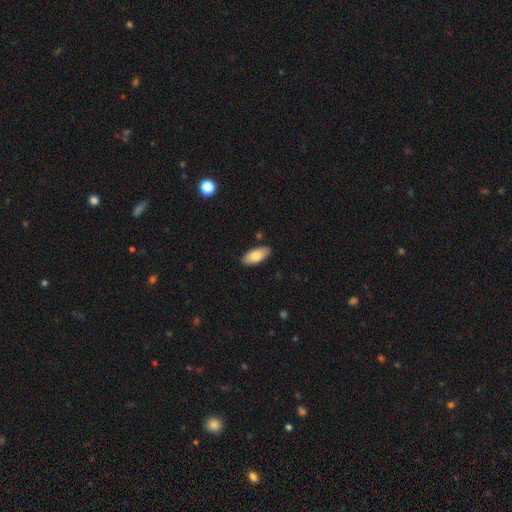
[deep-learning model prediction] Q: Smooth or featured?
A: smooth (77%); runner-up: featured or disk (16%)
Q: How rounded?
A: in between (89%); runner-up: cigar-shaped (9%)
Q: Merging?
A: none (87%); runner-up: minor disturbance (9%)